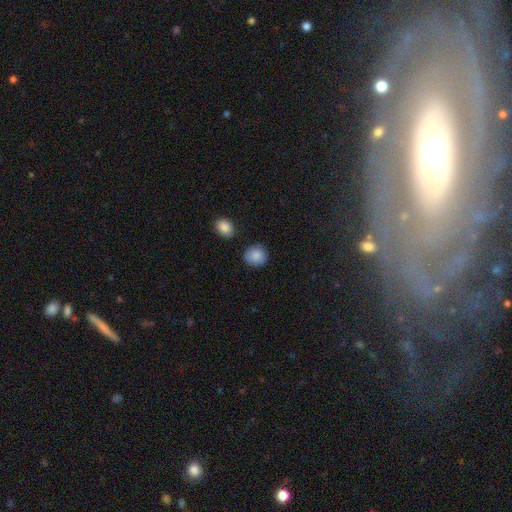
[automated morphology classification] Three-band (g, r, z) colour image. It shows a smooth galaxy with no disk features (88%) that is round (82%). Merging: none (84%).